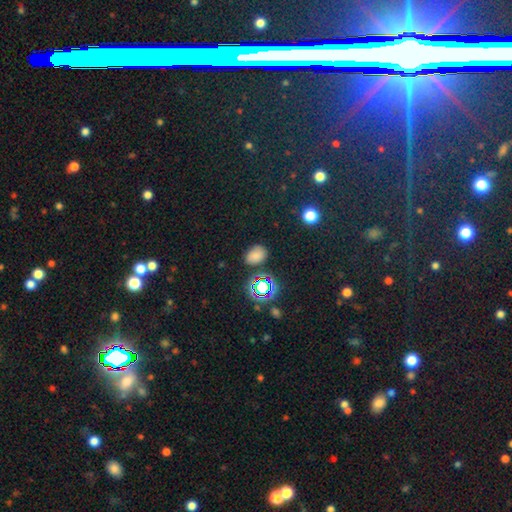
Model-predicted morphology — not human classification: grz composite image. It shows a smooth galaxy with no disk features (69%) that is in between round and cigar-shaped (73%). Merging: none (76%).